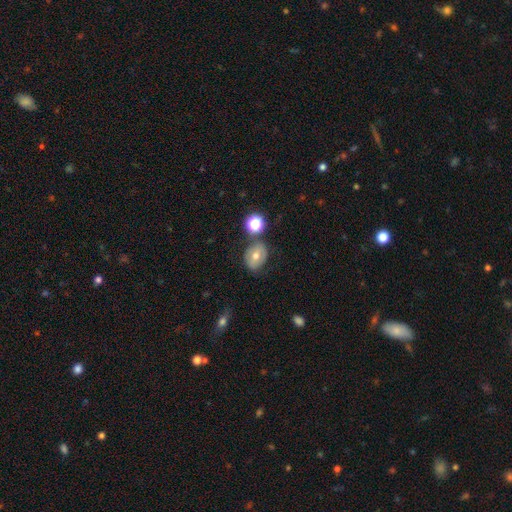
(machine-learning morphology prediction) Smooth or featured? Predicted: smooth (p=0.60). How rounded? Predicted: in between (p=0.57). Merging? Predicted: none (p=0.70).